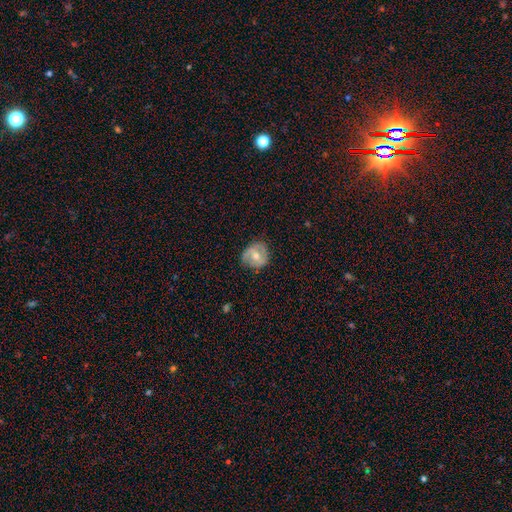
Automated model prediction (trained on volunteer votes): smooth_or_featured: featured or disk (p=0.60) [alt: smooth p=0.33]
disk_edge_on: no (p=0.97) [alt: yes p=0.03]
bar: weak (p=0.46) [alt: no p=0.33]
has_spiral_arms: yes (p=0.79) [alt: no p=0.21]
bulge_size: moderate (p=0.65) [alt: small p=0.31]
merging: none (p=0.74) [alt: minor disturbance p=0.19]